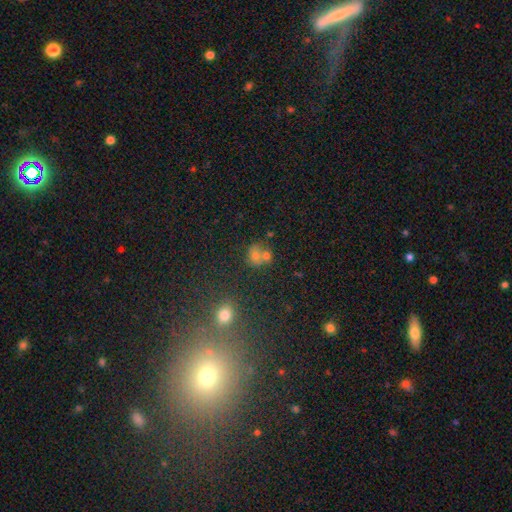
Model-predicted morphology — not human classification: Smooth or featured?
  - smooth: 64% *
  - star or artifact: 18%
  - featured or disk: 18%
How rounded?
  - round: 72% *
  - in between: 27%
  - cigar-shaped: 1%
Merging?
  - merger: 42% * (tied)
  - none: 42% * (tied)
  - minor disturbance: 10%
  - major disturbance: 5%